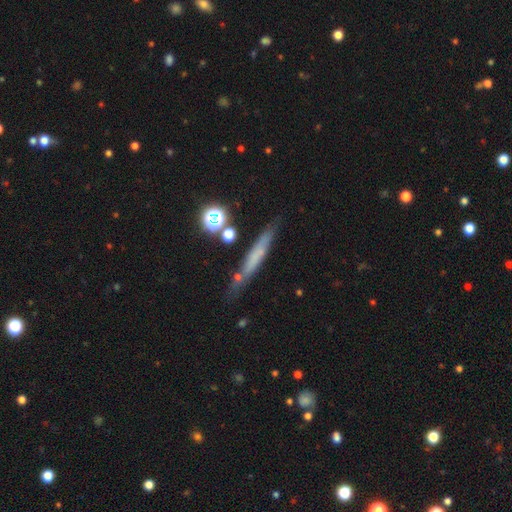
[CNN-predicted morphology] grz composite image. It shows a smooth galaxy with no disk features (52%) that is cigar-shaped (89%). Merging: none (76%).